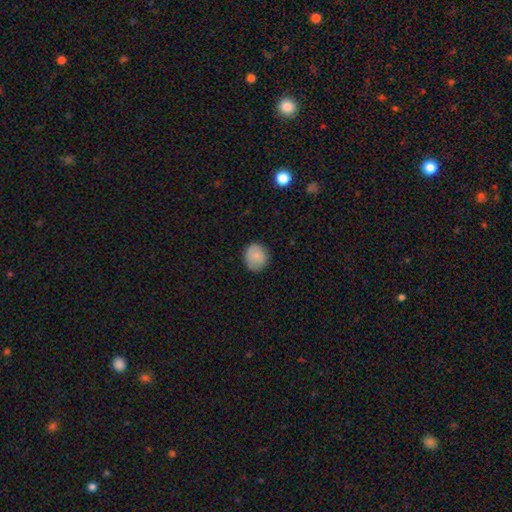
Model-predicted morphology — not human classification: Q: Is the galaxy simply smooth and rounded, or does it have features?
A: smooth — 85%.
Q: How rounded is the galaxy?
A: round — 80%.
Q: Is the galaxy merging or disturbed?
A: none — 84%.